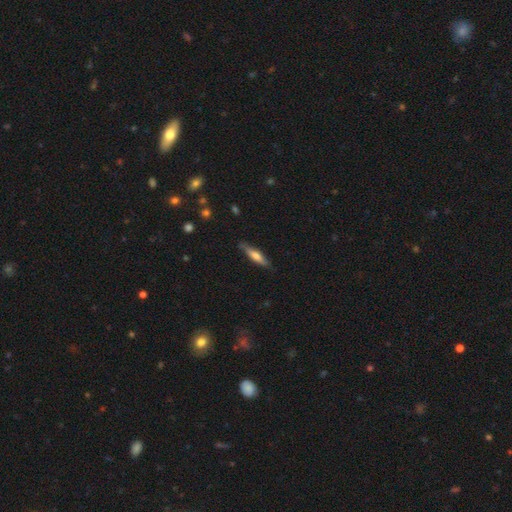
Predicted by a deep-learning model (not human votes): smooth-or-featured: smooth: 54% | featured or disk: 40% | star or artifact: 6%
  how-rounded: cigar-shaped: 79% | in between: 19% | round: 2%
  merging: none: 82% | minor disturbance: 14% | major disturbance: 2% | merger: 1%